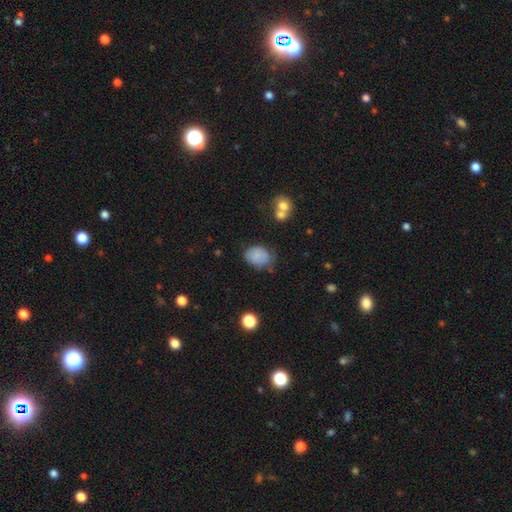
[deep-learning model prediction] The model was most divided on "how rounded": in between: 59%, round: 40%, cigar-shaped: 1%. More confident: smooth or featured — smooth (79%); merging — none (62%).